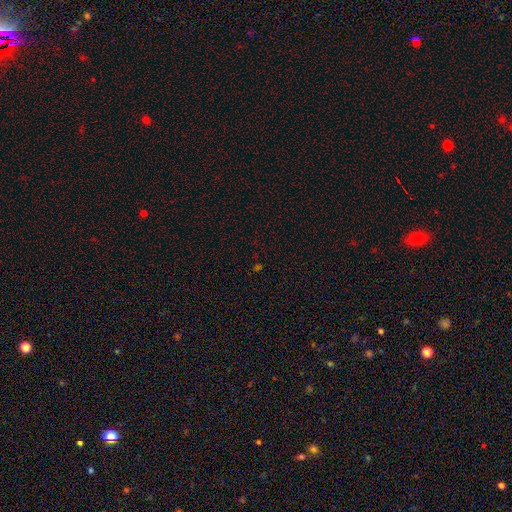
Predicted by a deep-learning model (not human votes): star or artifact 61%, smooth 32%, featured or disk 7%.